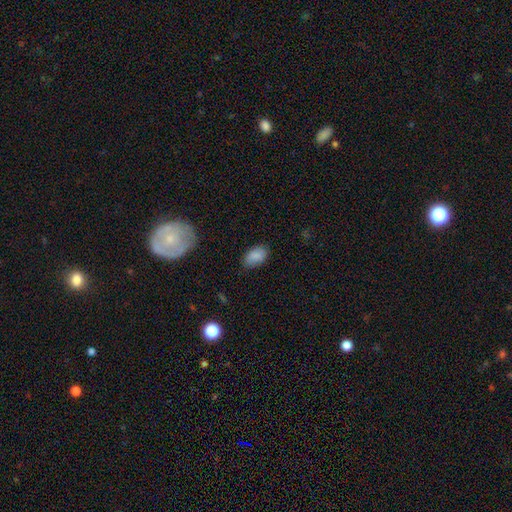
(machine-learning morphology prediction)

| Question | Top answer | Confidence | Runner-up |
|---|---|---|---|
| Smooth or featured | smooth | 86% | star or artifact (8%) |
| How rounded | in between | 92% | round (6%) |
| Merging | none | 77% | minor disturbance (18%) |